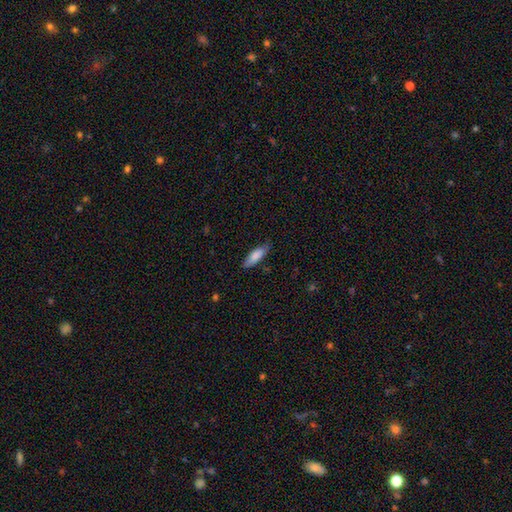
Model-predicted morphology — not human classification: Smooth or featured?
  - smooth: 82% *
  - featured or disk: 13%
  - star or artifact: 6%
How rounded?
  - in between: 53% *
  - cigar-shaped: 45%
  - round: 2%
Merging?
  - none: 75% *
  - minor disturbance: 20%
  - major disturbance: 3%
  - merger: 1%